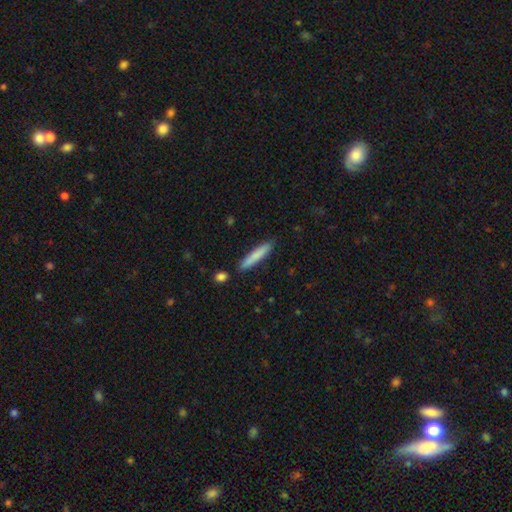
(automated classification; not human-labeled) smooth-or-featured: smooth: 82% | featured or disk: 13% | star or artifact: 6%
  how-rounded: cigar-shaped: 92% | in between: 7% | round: 1%
  merging: none: 87% | minor disturbance: 9% | merger: 2% | major disturbance: 2%